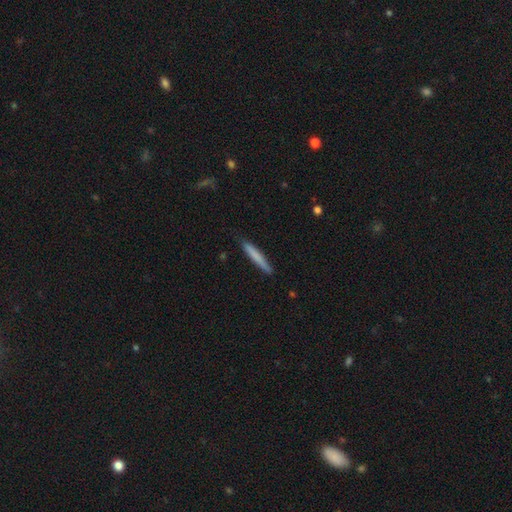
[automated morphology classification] This appears to be a smooth galaxy with no disk features (74%) that is cigar-shaped (95%). Merging: none (86%).